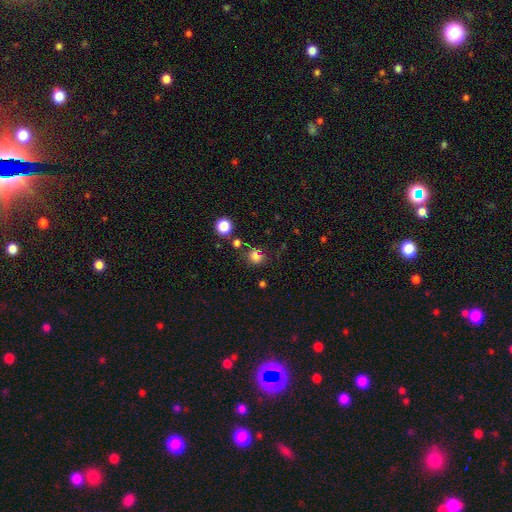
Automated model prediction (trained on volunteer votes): Morphology: type=smooth (72%); roundness=round (80%); merging=none (74%).